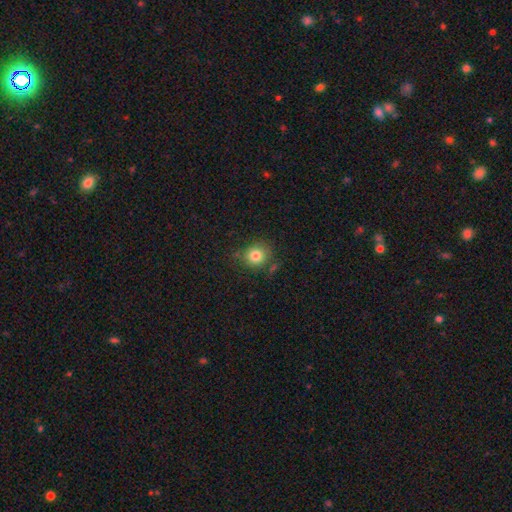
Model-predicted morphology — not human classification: smooth 82%, star or artifact 11%, featured or disk 7%. Down the decision tree: how rounded — round (84%); merging — none (77%).